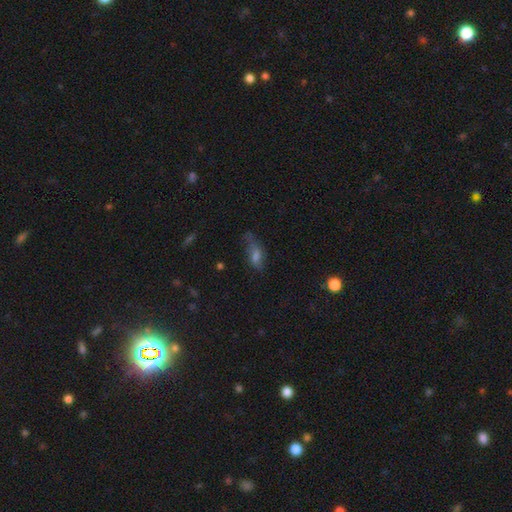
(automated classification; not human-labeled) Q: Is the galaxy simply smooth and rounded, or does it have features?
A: smooth — 52%.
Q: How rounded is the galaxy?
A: in between — 73%.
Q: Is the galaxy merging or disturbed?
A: none — 42%.